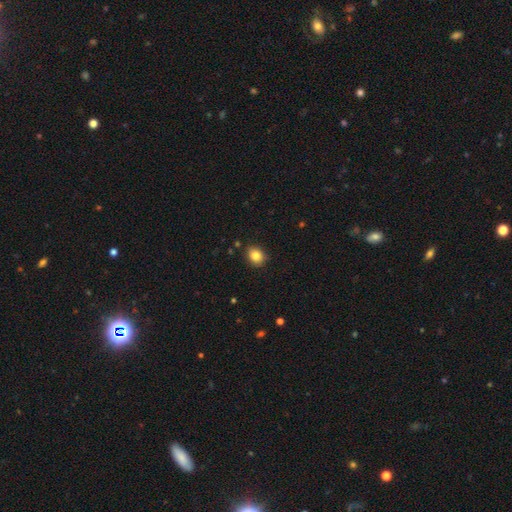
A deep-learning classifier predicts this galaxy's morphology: The model was most divided on "how rounded": round: 55%, in between: 44%, cigar-shaped: 1%. More confident: merging — none (87%); smooth or featured — smooth (85%).